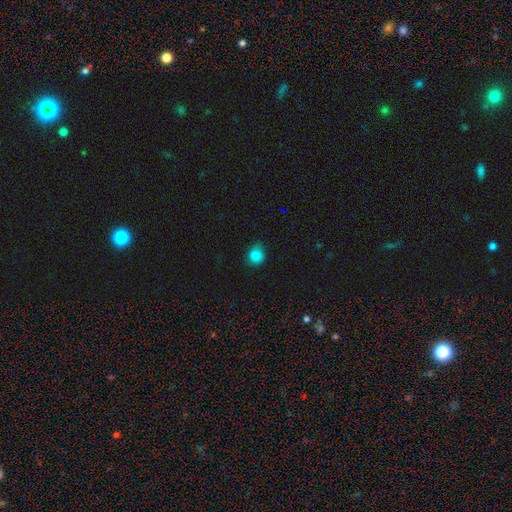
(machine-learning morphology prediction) Smooth or featured? smooth (83%)
How rounded? round (76%)
Merging? none (74%)